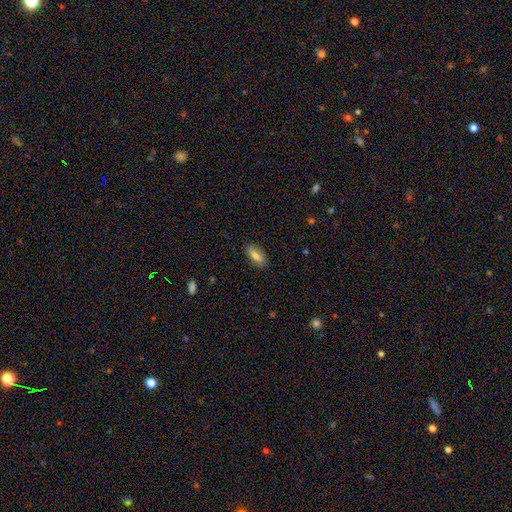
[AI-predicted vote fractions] smooth-or-featured: smooth: 77% | featured or disk: 15% | star or artifact: 8%
  how-rounded: in between: 85% | cigar-shaped: 12% | round: 3%
  merging: none: 84% | minor disturbance: 13% | major disturbance: 3% | merger: 1%